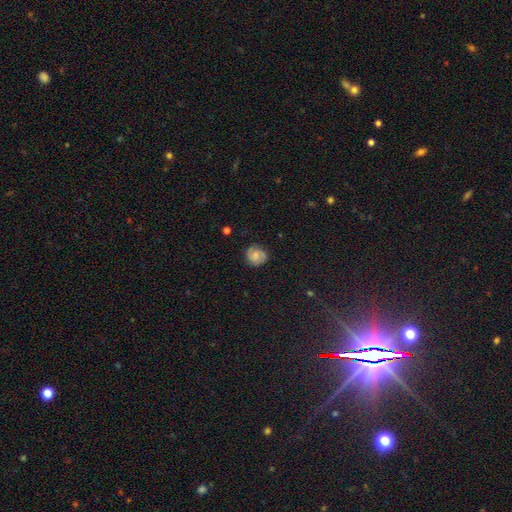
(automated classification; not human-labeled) Q: Smooth or featured?
A: smooth (51%); runner-up: featured or disk (40%)
Q: How rounded?
A: round (82%); runner-up: in between (17%)
Q: Merging?
A: none (81%); runner-up: minor disturbance (14%)